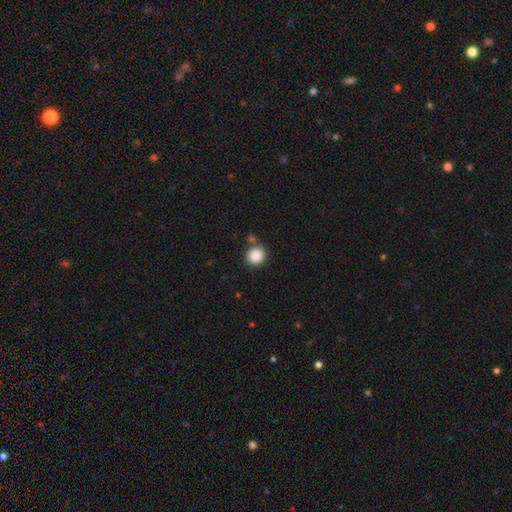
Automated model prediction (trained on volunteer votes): Overall: smooth (88%). How rounded: round (86%). Merging: none (76%).